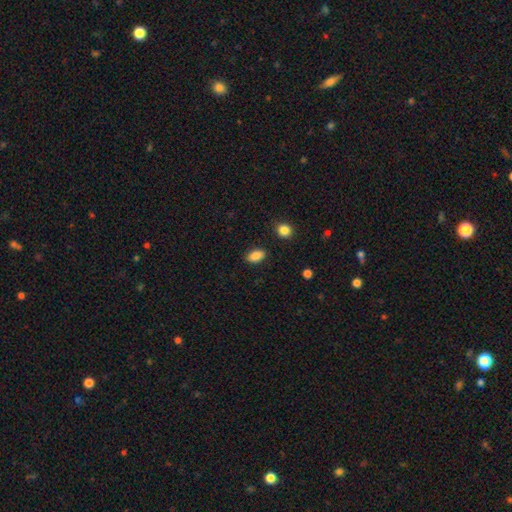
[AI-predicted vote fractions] This is clearly a smooth galaxy (88%). How rounded: clearly in between (89%). Merging: clearly none (87%).